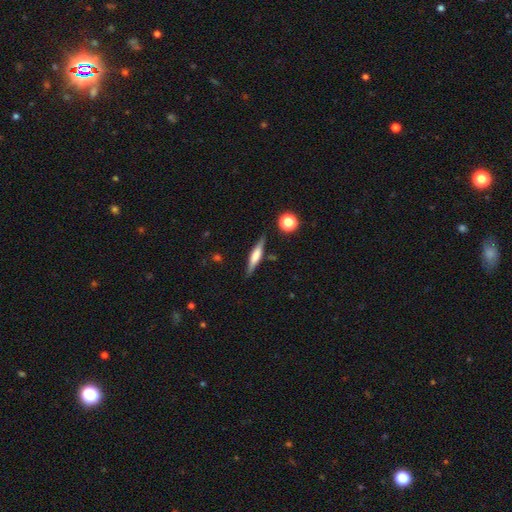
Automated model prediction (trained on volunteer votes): Smooth or featured: featured or disk — 50% (smooth — 43%)
Merging: none — 85% (minor disturbance — 10%)